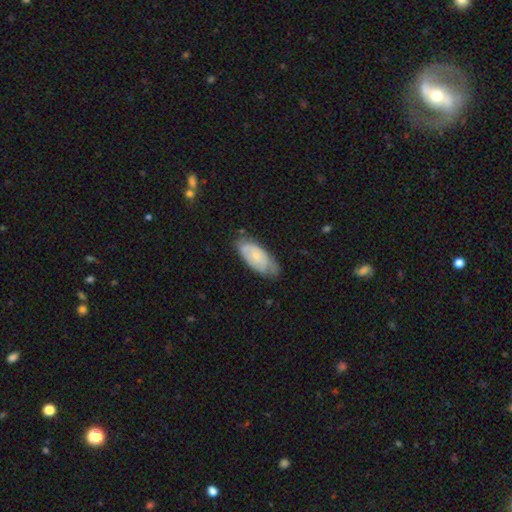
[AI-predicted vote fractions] Smooth or featured?
  - featured or disk: 50% *
  - smooth: 44%
  - star or artifact: 6%
Merging?
  - none: 63% *
  - minor disturbance: 29%
  - major disturbance: 7%
  - merger: 2%